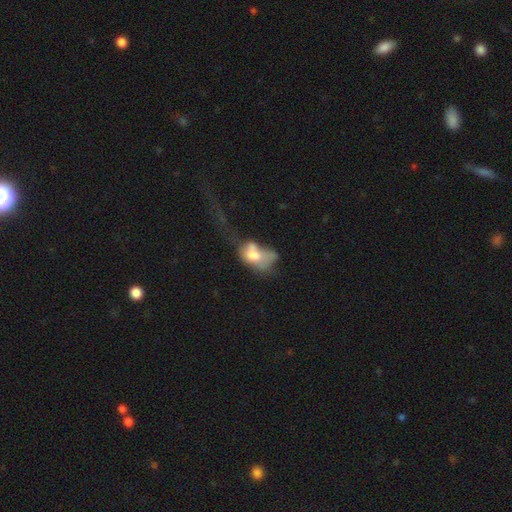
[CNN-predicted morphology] smooth 56%, featured or disk 34%, star or artifact 10%. Down the decision tree: how rounded — in between (82%); merging — merger (38%).